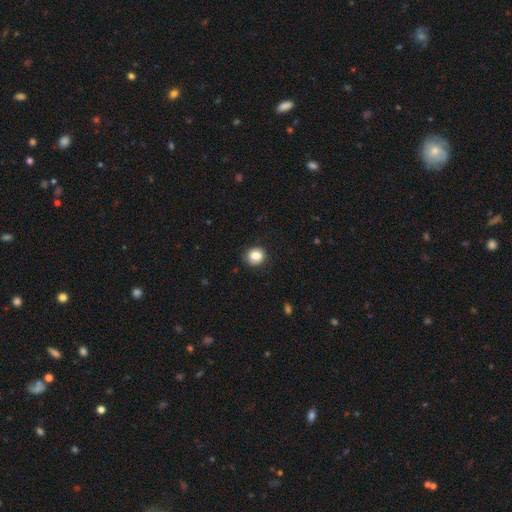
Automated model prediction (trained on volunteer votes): Smooth or featured?
  - smooth: 86% *
  - star or artifact: 9%
  - featured or disk: 5%
How rounded?
  - round: 77% *
  - in between: 22%
  - cigar-shaped: 1%
Merging?
  - none: 84% *
  - minor disturbance: 12%
  - major disturbance: 3%
  - merger: 1%